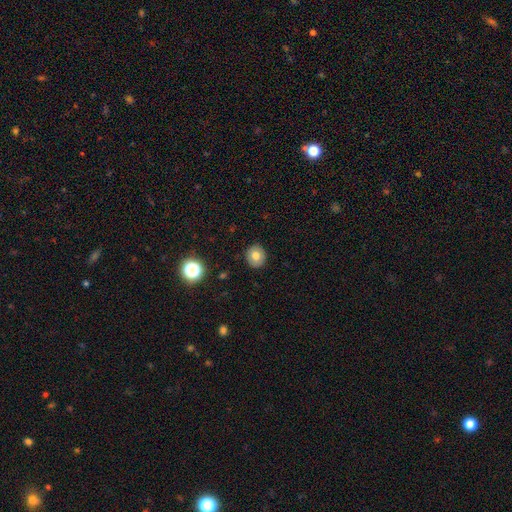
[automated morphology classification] This is likely a smooth galaxy (76%). How rounded: clearly round (83%). Merging: clearly none (91%).